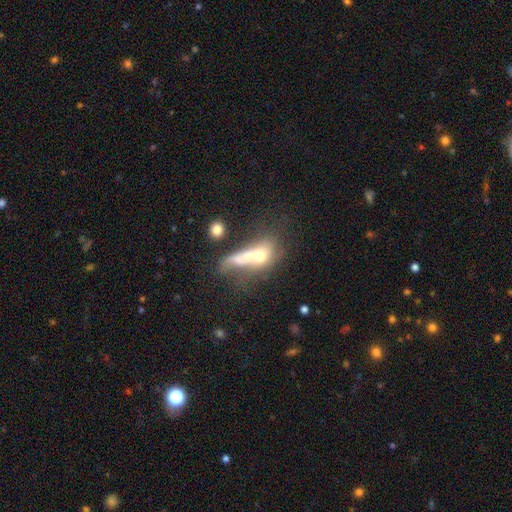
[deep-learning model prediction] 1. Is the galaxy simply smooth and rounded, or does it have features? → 50% smooth, 38% featured or disk, 11% star or artifact.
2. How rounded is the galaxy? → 59% in between, 21% round, 20% cigar-shaped.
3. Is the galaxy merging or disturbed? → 48% merger, 26% major disturbance, 15% none, 10% minor disturbance.